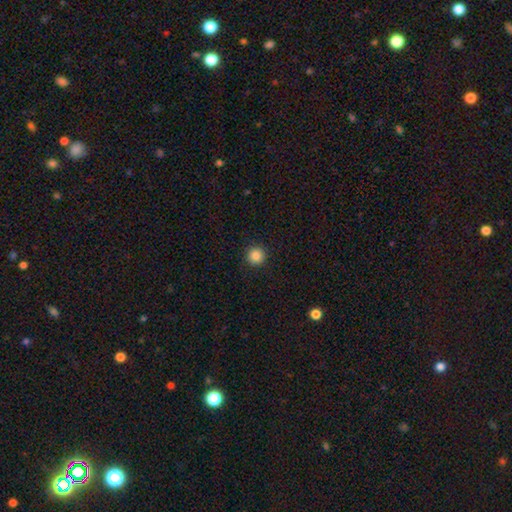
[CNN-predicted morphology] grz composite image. It shows a smooth galaxy with no disk features (85%) that is round (96%). Merging: none (92%).